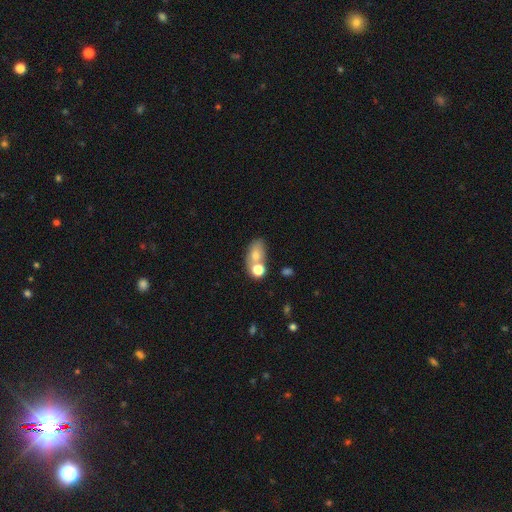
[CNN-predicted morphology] The model was most divided on "merging": none: 41%, merger: 38%, minor disturbance: 14%, major disturbance: 7%. More confident: how rounded — in between (79%); smooth or featured — smooth (70%).